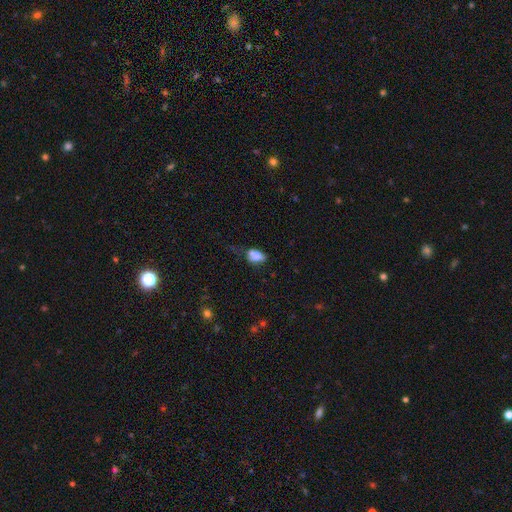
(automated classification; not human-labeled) Morphology: type=smooth (74%); roundness=in between (82%); merging=none (32%).